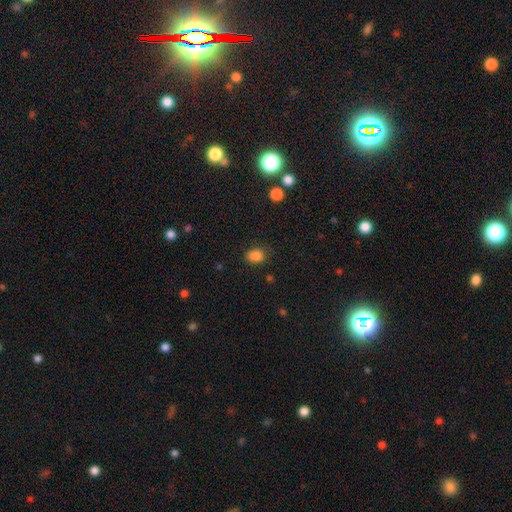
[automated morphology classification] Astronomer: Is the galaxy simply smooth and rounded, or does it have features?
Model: smooth — 85%.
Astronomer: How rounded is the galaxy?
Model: in between — 56% (runner-up: round, 43%).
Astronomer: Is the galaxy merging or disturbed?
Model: none — 75%.